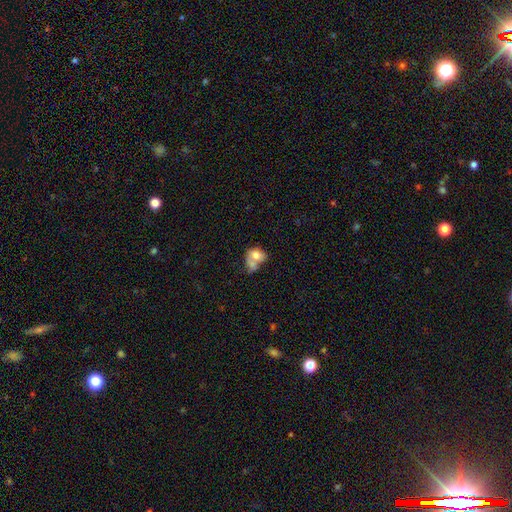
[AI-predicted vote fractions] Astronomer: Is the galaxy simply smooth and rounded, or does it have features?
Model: smooth — 69%.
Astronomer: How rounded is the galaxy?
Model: in between — 63%.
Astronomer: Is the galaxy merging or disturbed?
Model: merger — 57%.